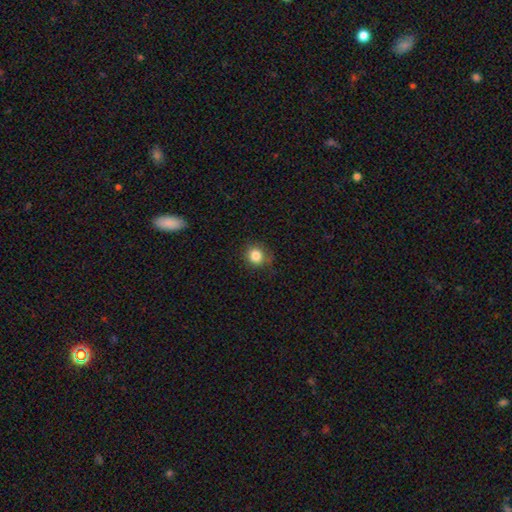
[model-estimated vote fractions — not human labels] Smooth or featured?
  - smooth: 83% *
  - star or artifact: 11%
  - featured or disk: 5%
How rounded?
  - round: 87% *
  - in between: 12%
  - cigar-shaped: 1%
Merging?
  - none: 80% *
  - minor disturbance: 15%
  - major disturbance: 4%
  - merger: 1%